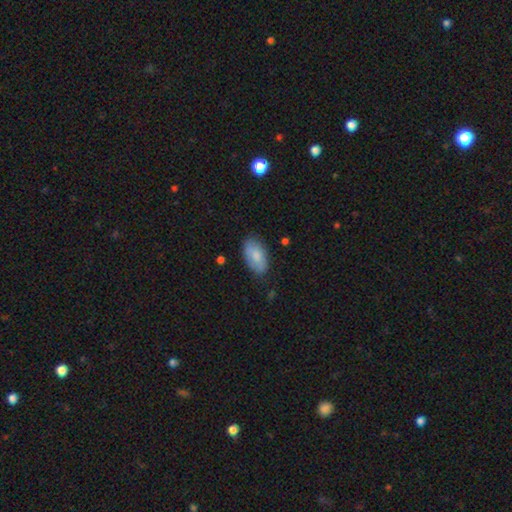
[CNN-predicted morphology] Overall: smooth (80%). How rounded: in between (94%). Merging: none (78%).